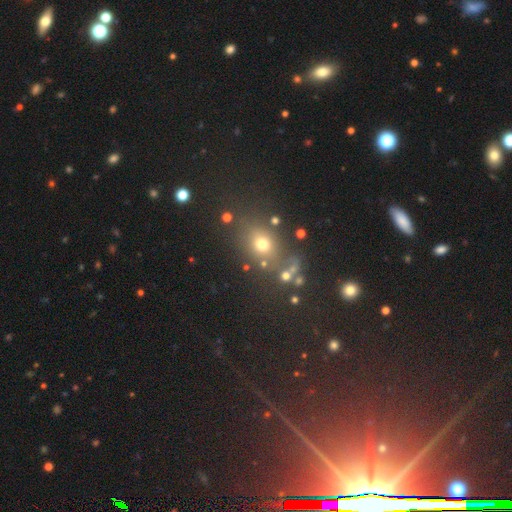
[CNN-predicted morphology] Smooth or featured?
  - star or artifact: 46% *
  - smooth: 42%
  - featured or disk: 12%